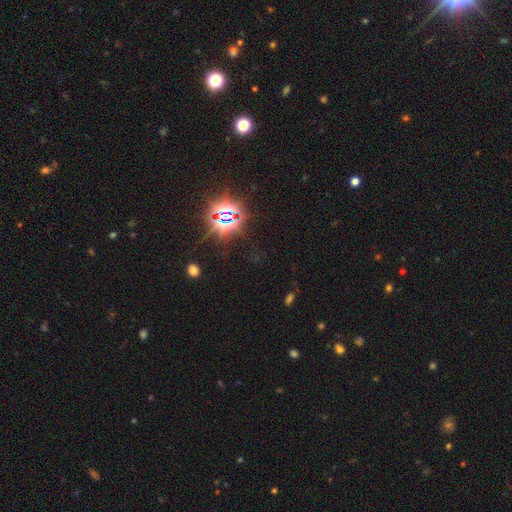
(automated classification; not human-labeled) A star or artifact, not a galaxy (81%).